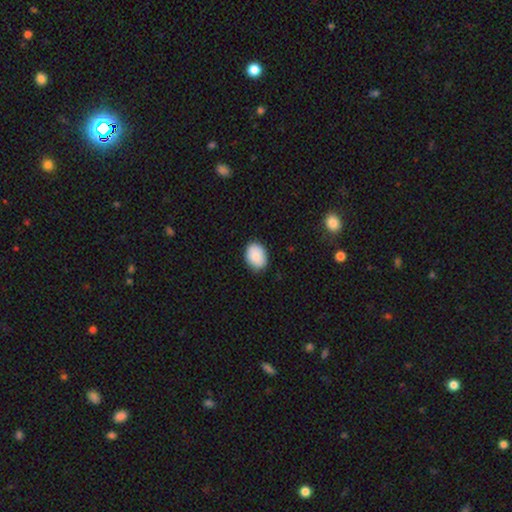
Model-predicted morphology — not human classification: smooth-or-featured: smooth: 87% | star or artifact: 7% | featured or disk: 6%
  how-rounded: in between: 68% | round: 31% | cigar-shaped: 1%
  merging: none: 86% | minor disturbance: 11% | major disturbance: 2% | merger: 1%